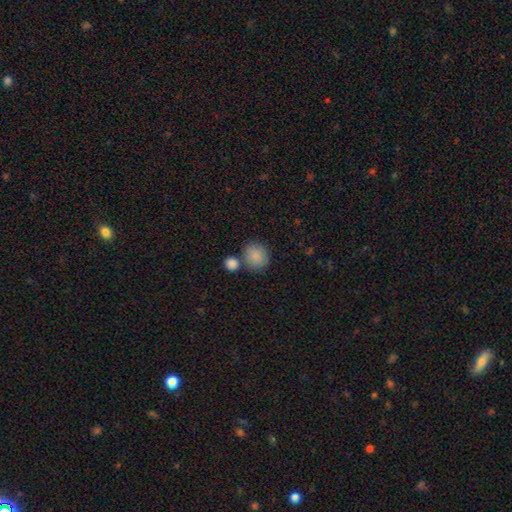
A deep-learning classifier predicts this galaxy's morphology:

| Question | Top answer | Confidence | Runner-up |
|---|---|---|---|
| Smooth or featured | smooth | 87% | star or artifact (8%) |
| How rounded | round | 80% | in between (19%) |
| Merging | none | 65% | merger (21%) |